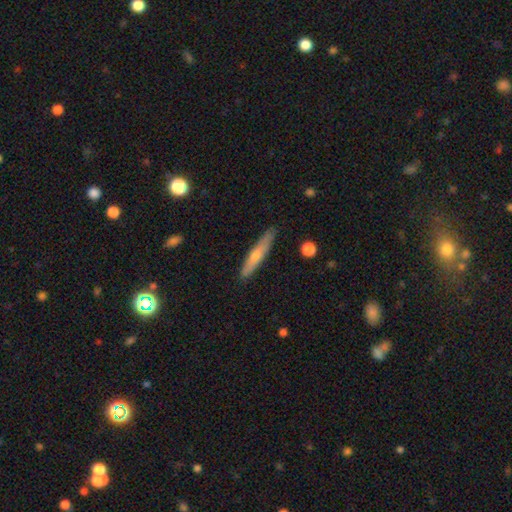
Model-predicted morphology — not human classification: Smooth or featured?
  - smooth: 52% *
  - featured or disk: 42%
  - star or artifact: 6%
How rounded?
  - cigar-shaped: 91% *
  - in between: 7%
  - round: 2%
Merging?
  - none: 88% *
  - minor disturbance: 9%
  - major disturbance: 2%
  - merger: 1%